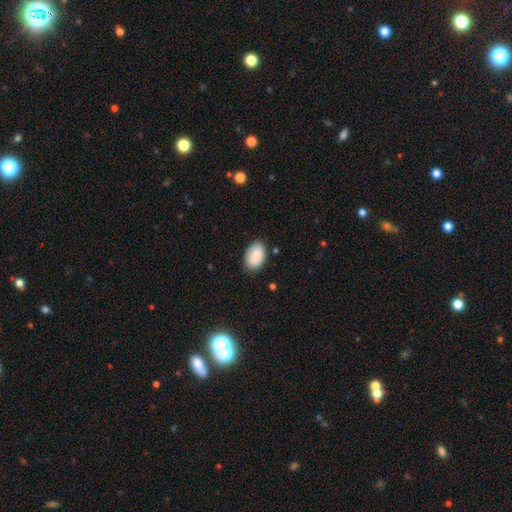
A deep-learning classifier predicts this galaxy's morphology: type=smooth (85%); roundness=in between (89%); merging=none (79%).